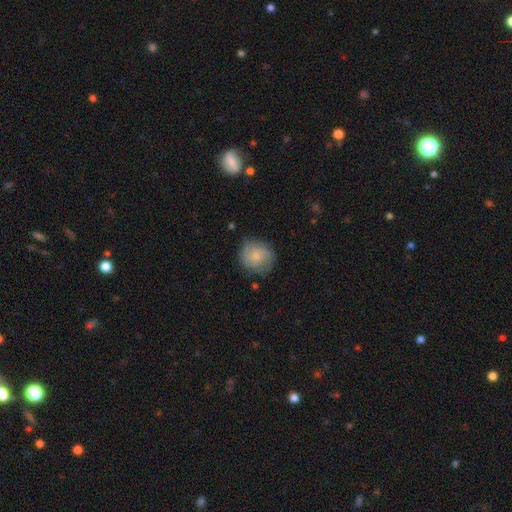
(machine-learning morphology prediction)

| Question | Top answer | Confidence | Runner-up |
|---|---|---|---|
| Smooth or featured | smooth | 71% | featured or disk (21%) |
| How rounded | round | 85% | in between (14%) |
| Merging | none | 71% | minor disturbance (21%) |